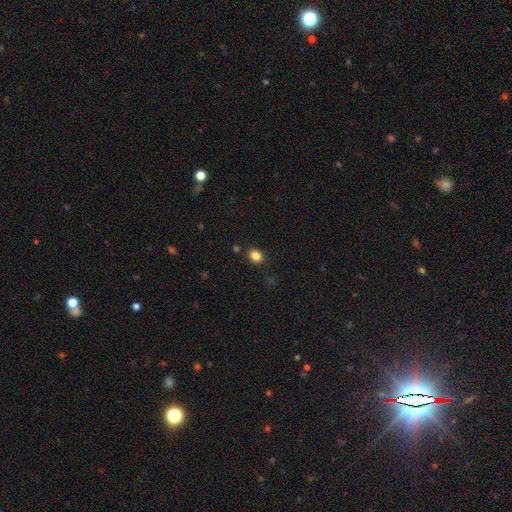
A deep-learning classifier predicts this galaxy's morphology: Smooth or featured? smooth (84%)
How rounded? in between (56%)
Merging? none (86%)